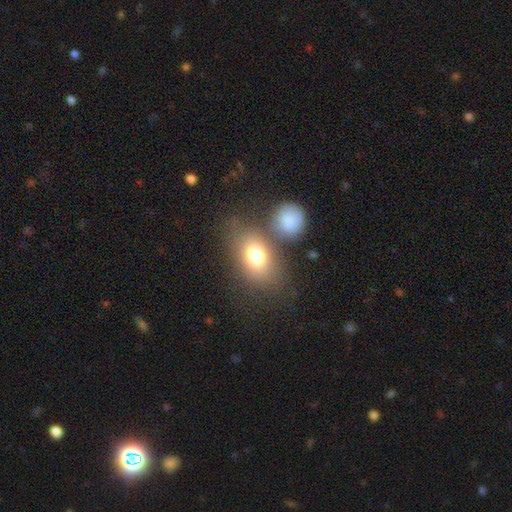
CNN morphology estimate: smooth_or_featured: smooth (p=0.75) [alt: featured or disk p=0.15]
how_rounded: in between (p=0.73) [alt: round p=0.25]
merging: none (p=0.57) [alt: merger p=0.21]